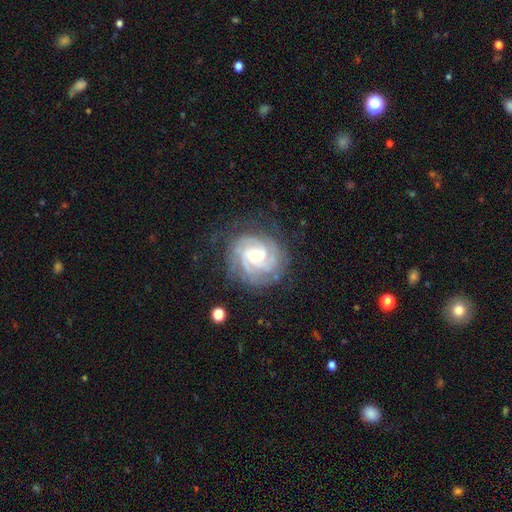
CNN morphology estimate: This is clearly a featured or disk galaxy (89%). It is clearly not viewed edge-on (98%). Bar: possibly no (59%). Spiral arm pattern: clearly yes (98%). Spiral arm count: marginally 3 (31%). Spiral winding: likely tight (71%). Central bulge: possibly moderate (48%). Merging: likely none (74%).